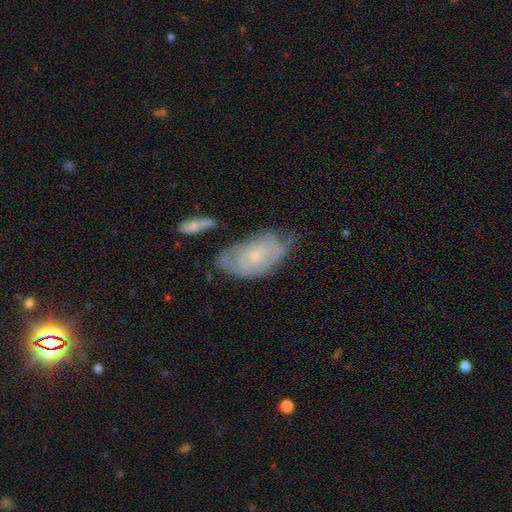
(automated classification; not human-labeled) Smooth or featured?
  - featured or disk: 56% *
  - smooth: 36%
  - star or artifact: 7%
Edge-on disk?
  - no: 93% *
  - yes: 7%
Bar?
  - no: 82% *
  - weak: 16%
  - strong: 3%
Spiral arms?
  - yes: 66% *
  - no: 34%
Bulge size?
  - small: 78% *
  - moderate: 17%
  - none: 3%
  - large: 1%
  - dominant: 1%
Merging?
  - none: 46% *
  - minor disturbance: 33%
  - major disturbance: 14%
  - merger: 7%